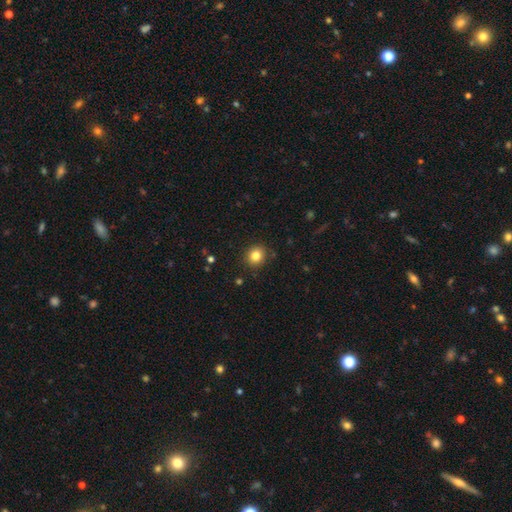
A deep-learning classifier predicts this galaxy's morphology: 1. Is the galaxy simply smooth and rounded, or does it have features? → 83% smooth, 11% star or artifact, 6% featured or disk.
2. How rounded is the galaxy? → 84% round, 15% in between, 1% cigar-shaped.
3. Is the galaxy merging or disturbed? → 89% none, 7% minor disturbance, 2% major disturbance, 1% merger.